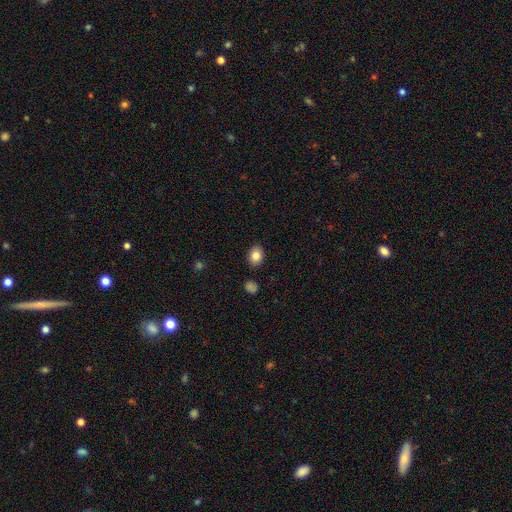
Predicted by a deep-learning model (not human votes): Smooth or featured? smooth (84%)
How rounded? in between (70%)
Merging? none (88%)